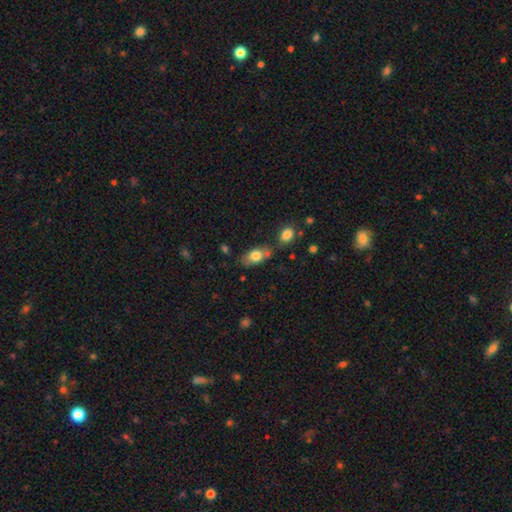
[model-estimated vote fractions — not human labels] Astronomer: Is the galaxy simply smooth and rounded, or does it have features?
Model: smooth — 78%.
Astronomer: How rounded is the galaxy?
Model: in between — 85%.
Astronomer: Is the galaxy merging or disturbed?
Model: none — 58%.